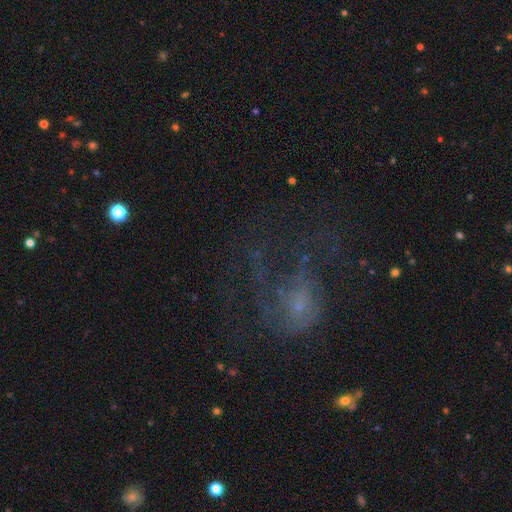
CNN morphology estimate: Q: Smooth or featured?
A: featured or disk (49%); runner-up: star or artifact (28%)
Q: Merging?
A: major disturbance (42%); runner-up: none (39%)